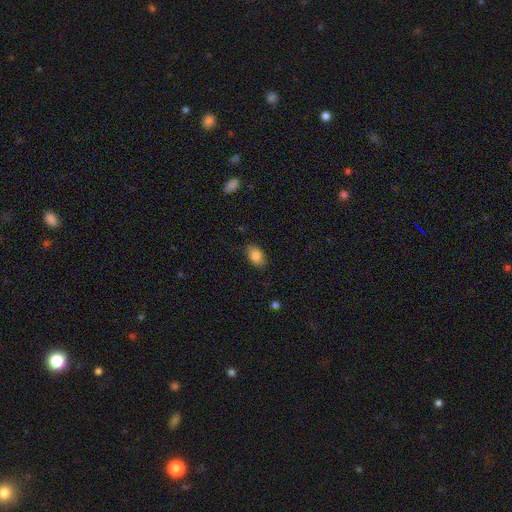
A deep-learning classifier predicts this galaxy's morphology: Smooth or featured? smooth (84%)
How rounded? in between (86%)
Merging? none (79%)